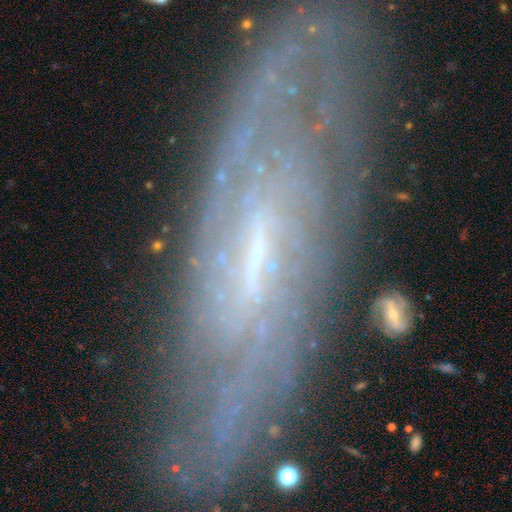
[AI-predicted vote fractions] A featured or disk galaxy (77%) with a weak bar (41%), spiral arms (74%) and a small central bulge (47%).

Vote fractions:
- Smooth or featured? featured or disk: 77% / smooth: 14% / star or artifact: 9%
- Edge-on disk? no: 74% / yes: 26%
- Bar? weak: 41% / strong: 33% / no: 26%
- Spiral arms? yes: 74% / no: 26%
- Bulge size? small: 47% / moderate: 26% / none: 22% / large: 4% / dominant: 2%
- Merging? none: 74% / minor disturbance: 17% / major disturbance: 7% / merger: 2%